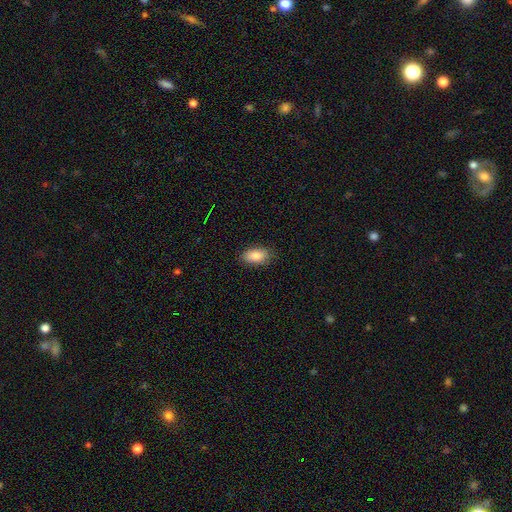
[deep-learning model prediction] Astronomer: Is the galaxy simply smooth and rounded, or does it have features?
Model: smooth — 86%.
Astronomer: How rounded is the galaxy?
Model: in between — 92%.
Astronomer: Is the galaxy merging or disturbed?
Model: none — 85%.